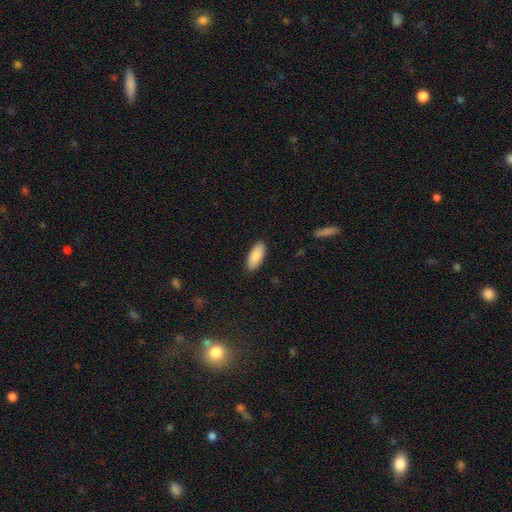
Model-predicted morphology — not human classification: A smooth galaxy with no disk features (86%) that is in between round and cigar-shaped (83%). Merging: none (90%).